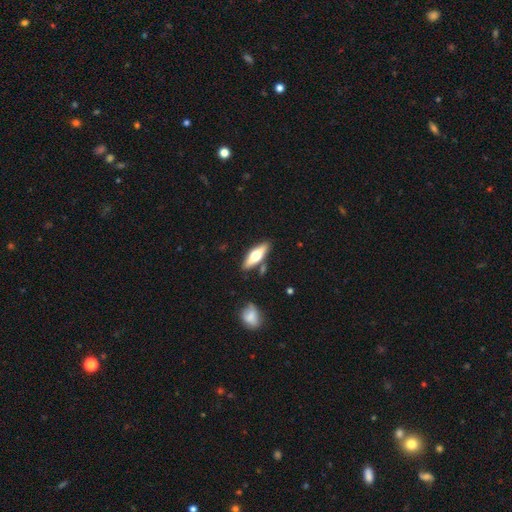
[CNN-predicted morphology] This is possibly a smooth galaxy (48%). Merging: clearly none (82%).